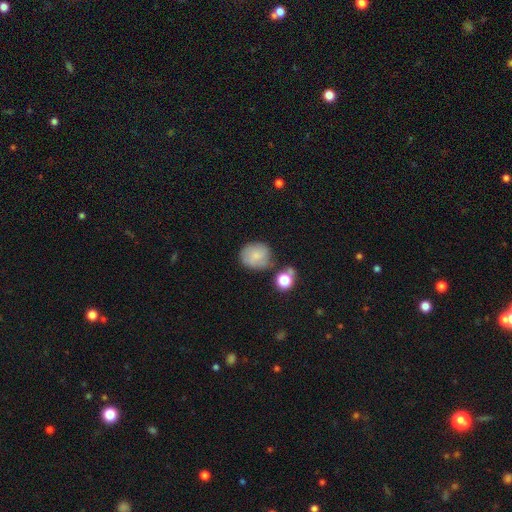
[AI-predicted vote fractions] Smooth or featured?
  - smooth: 72% *
  - featured or disk: 18%
  - star or artifact: 10%
How rounded?
  - round: 76% *
  - in between: 23%
  - cigar-shaped: 1%
Merging?
  - none: 64% *
  - minor disturbance: 21%
  - merger: 9%
  - major disturbance: 6%